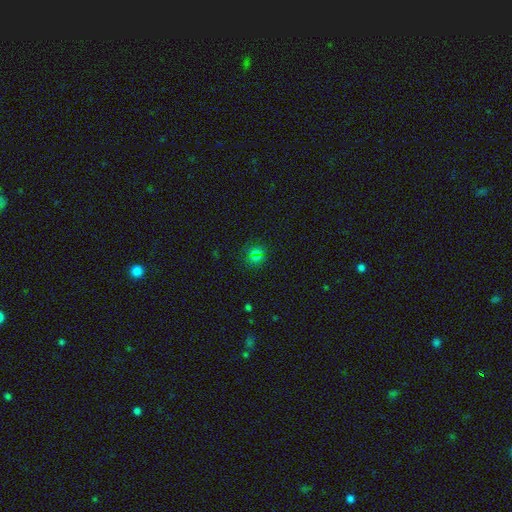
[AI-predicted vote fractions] Morphology: type=smooth (58%); roundness=round (87%); merging=none (85%).